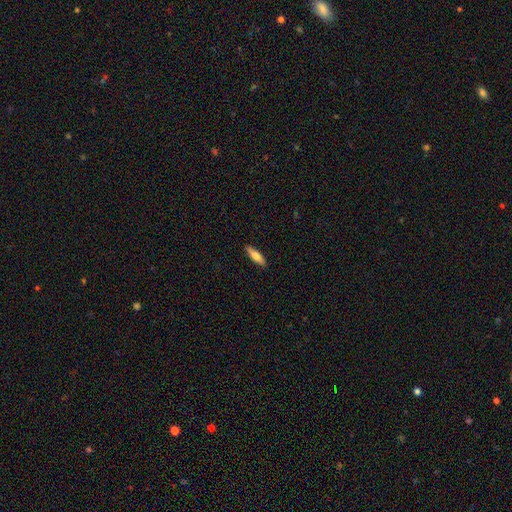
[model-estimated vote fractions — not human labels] A smooth galaxy with no disk features (70%) that is cigar-shaped (61%). Merging: none (88%).